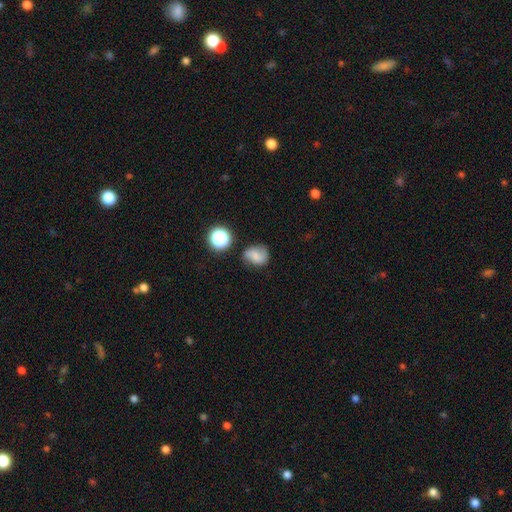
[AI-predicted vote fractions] smooth-or-featured: smooth: 54% | featured or disk: 32% | star or artifact: 14%
  how-rounded: round: 59% | in between: 39% | cigar-shaped: 1%
  merging: none: 64% | minor disturbance: 23% | major disturbance: 8% | merger: 5%